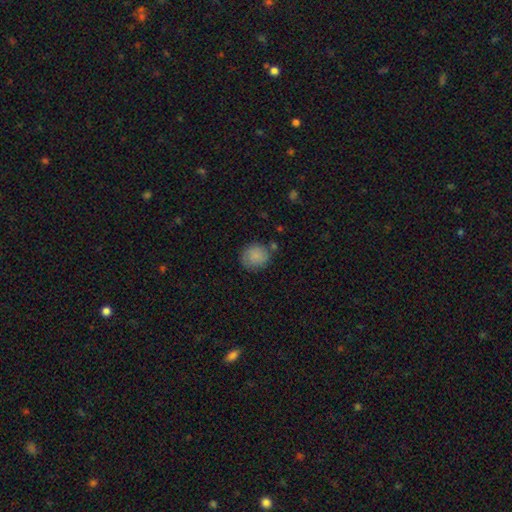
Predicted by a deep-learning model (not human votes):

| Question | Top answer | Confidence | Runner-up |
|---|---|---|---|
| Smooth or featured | smooth | 82% | featured or disk (10%) |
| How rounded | round | 80% | in between (19%) |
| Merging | none | 71% | minor disturbance (18%) |